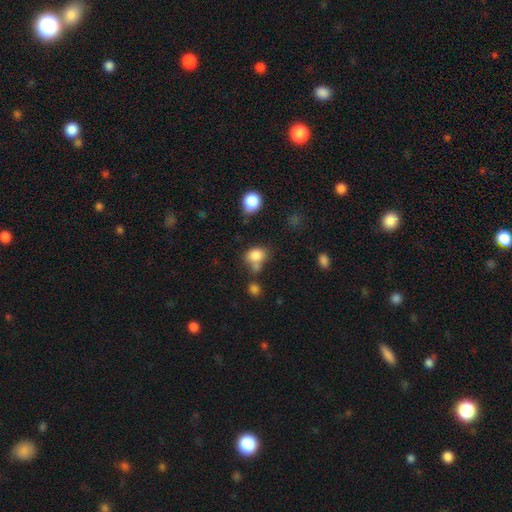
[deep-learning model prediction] Overall: smooth (82%). How rounded: in between (57%; round 42%). Merging: none (47%; merger 26%).